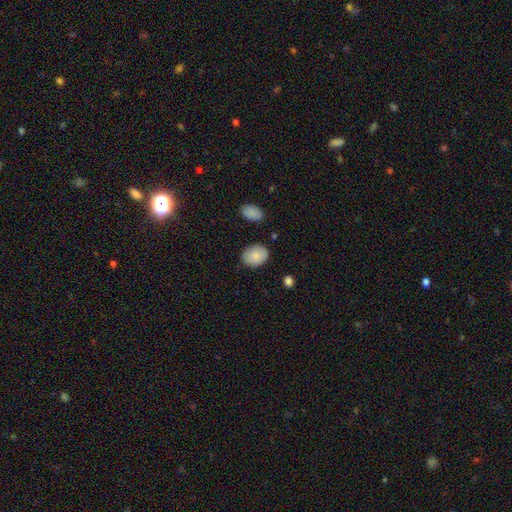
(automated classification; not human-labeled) The model was most divided on "how rounded": in between: 67%, round: 32%, cigar-shaped: 1%. More confident: smooth or featured — smooth (84%); merging — none (81%).